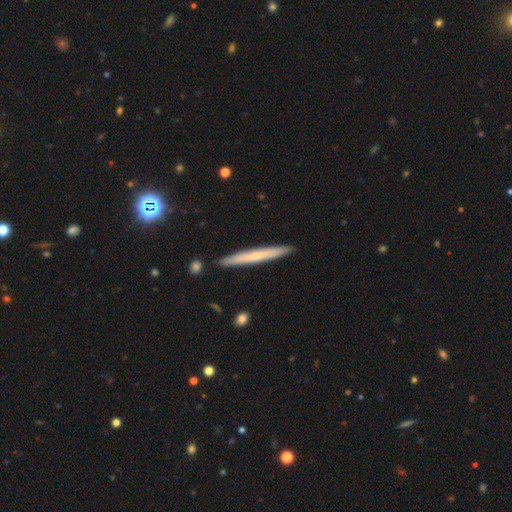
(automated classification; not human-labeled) Smooth or featured?
  - smooth: 54% *
  - featured or disk: 40%
  - star or artifact: 7%
How rounded?
  - cigar-shaped: 97% *
  - in between: 2%
  - round: 1%
Merging?
  - none: 90% *
  - minor disturbance: 7%
  - merger: 2%
  - major disturbance: 1%